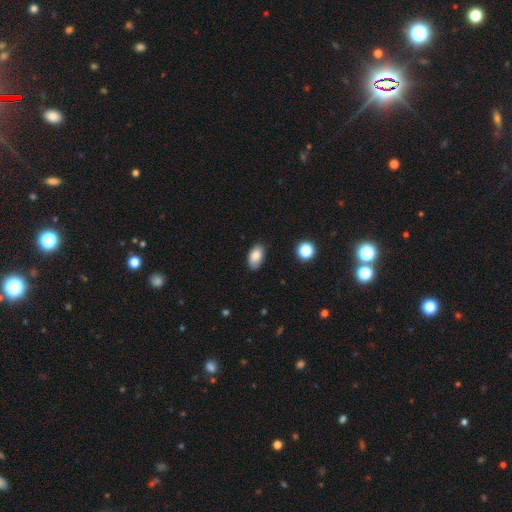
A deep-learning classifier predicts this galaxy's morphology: The model was most divided on "merging": none: 80%, minor disturbance: 16%, major disturbance: 3%, merger: 1%. More confident: how rounded — in between (93%); smooth or featured — smooth (84%).